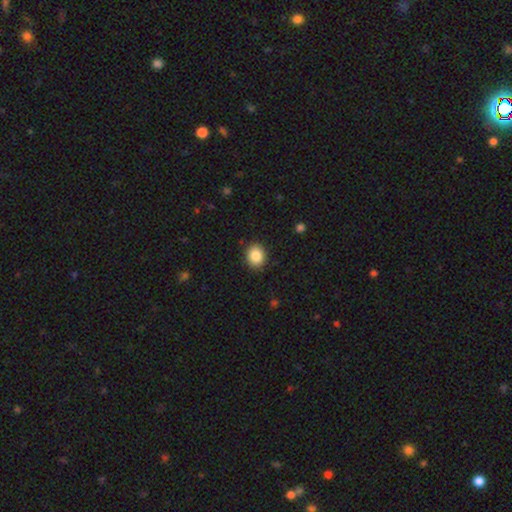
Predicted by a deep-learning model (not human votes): Overall: smooth (86%). How rounded: round (64%; in between 35%). Merging: none (90%).